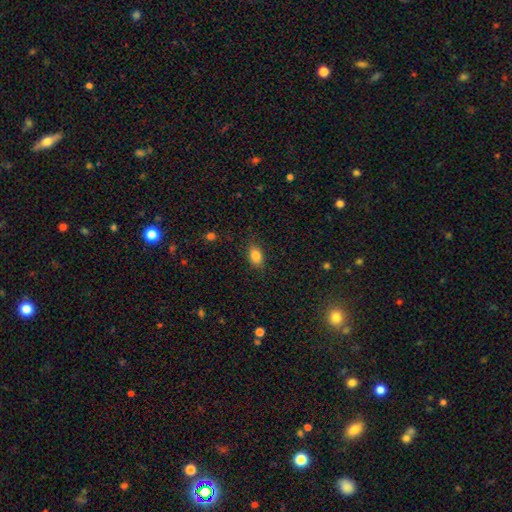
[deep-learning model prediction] The model was most divided on "how rounded": in between: 84%, round: 15%, cigar-shaped: 2%. More confident: smooth or featured — smooth (85%); merging — none (84%).